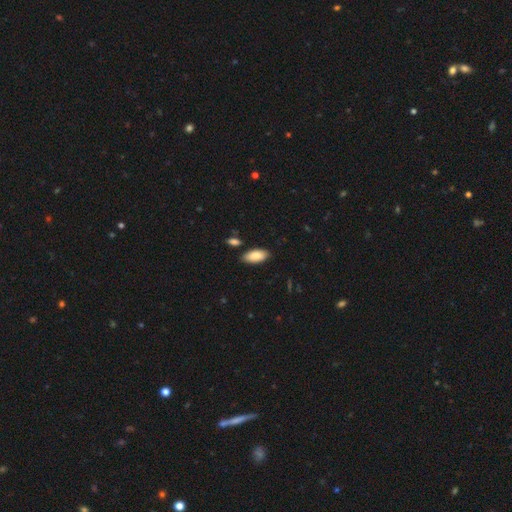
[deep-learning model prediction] Smooth or featured? Predicted: smooth (p=0.87). How rounded? Predicted: in between (p=0.90). Merging? Predicted: none (p=0.83).